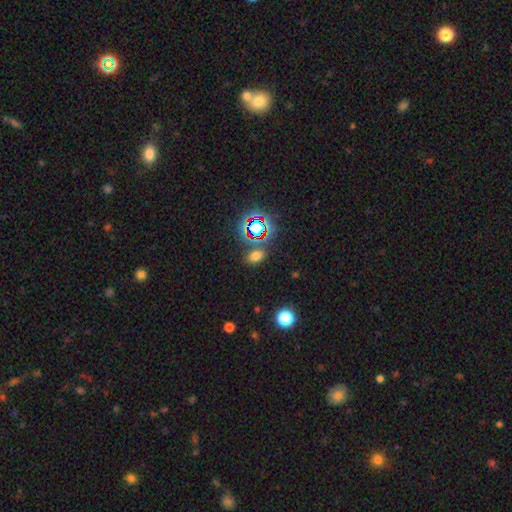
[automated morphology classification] A smooth galaxy with no disk features (60%) that is in between round and cigar-shaped (78%).

Vote fractions:
- Smooth or featured? smooth: 60% / star or artifact: 33% / featured or disk: 7%
- How rounded? in between: 78% / round: 19% / cigar-shaped: 3%
- Merging? none: 76% / minor disturbance: 11% / merger: 8% / major disturbance: 5%